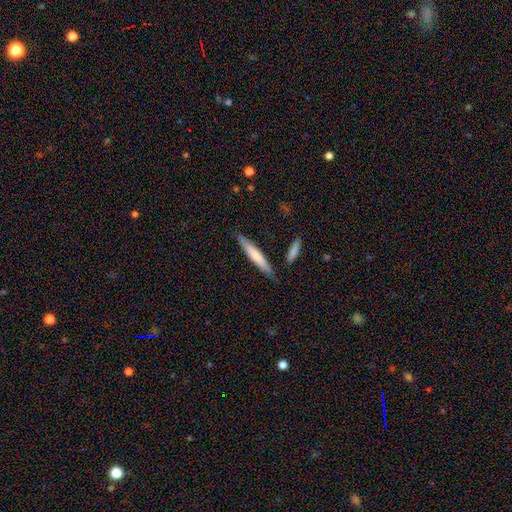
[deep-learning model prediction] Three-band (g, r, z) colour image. It shows a smooth galaxy with no disk features (70%) that is cigar-shaped (92%). Merging: none (84%).